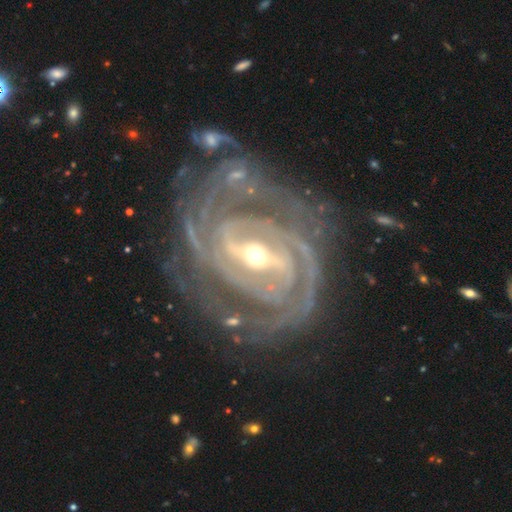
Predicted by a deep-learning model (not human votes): A featured or disk galaxy (93%) with a strong bar (64%), 2 (32%) tight (63%) spiral arms (98%) and a moderate central bulge (48%).

Vote fractions:
- Smooth or featured? featured or disk: 93% / star or artifact: 4% / smooth: 3%
- Edge-on disk? no: 97% / yes: 3%
- Bar? strong: 64% / weak: 26% / no: 11%
- Spiral arms? yes: 98% / no: 2%
- Spiral winding? tight: 63% / medium: 30% / loose: 8%
- Spiral arm count? 2: 32% / 3: 18% / can't tell: 17% / 4: 14% / more than 4: 10% / 1: 8%
- Bulge size? moderate: 48% / small: 47% / large: 3% / none: 1% / dominant: 1%
- Merging? none: 65% / minor disturbance: 17% / major disturbance: 14% / merger: 4%